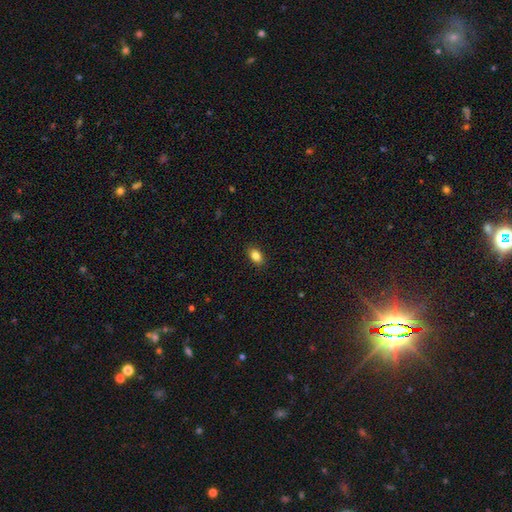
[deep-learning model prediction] smooth_or_featured: smooth (p=0.86) [alt: star or artifact p=0.09]
how_rounded: in between (p=0.83) [alt: round p=0.15]
merging: none (p=0.89) [alt: minor disturbance p=0.08]